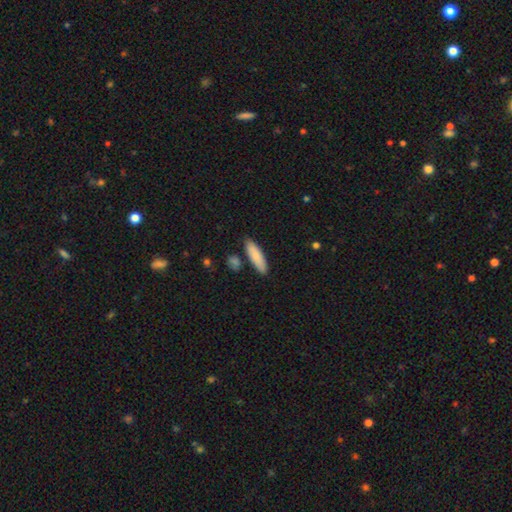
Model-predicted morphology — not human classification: smooth 82%, featured or disk 12%, star or artifact 6%. Down the decision tree: how rounded — cigar-shaped (57%); merging — none (82%).